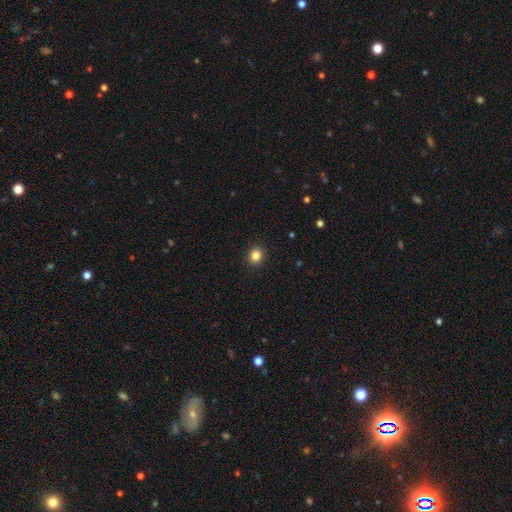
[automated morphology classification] Overall: smooth (84%). How rounded: round (76%). Merging: none (92%).